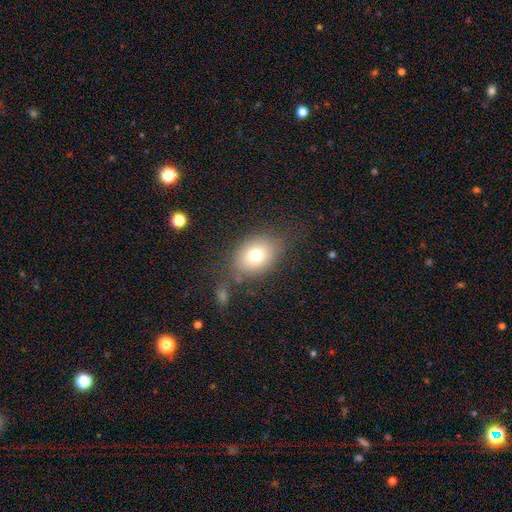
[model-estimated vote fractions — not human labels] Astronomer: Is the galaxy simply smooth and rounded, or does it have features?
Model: smooth — 75%.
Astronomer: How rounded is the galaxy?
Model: in between — 65%.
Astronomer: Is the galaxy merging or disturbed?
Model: none — 70%.